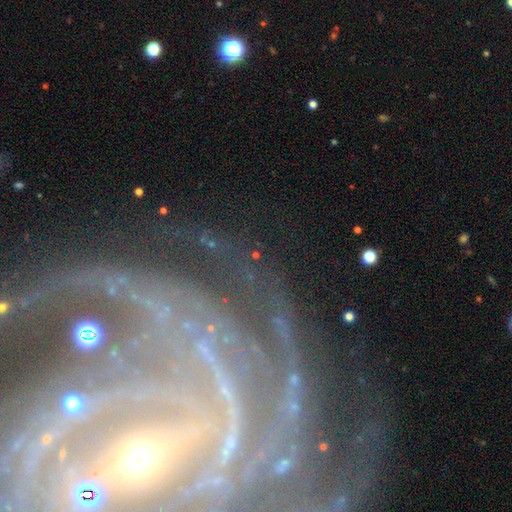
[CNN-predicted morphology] A featured or disk galaxy (64%) with no bar (38%), 2 (29%) tight (59%) spiral arms (87%) and a small central bulge (56%).

Vote fractions:
- Smooth or featured? featured or disk: 64% / star or artifact: 21% / smooth: 14%
- Edge-on disk? no: 92% / yes: 8%
- Bar? no: 38% / weak: 32% / strong: 30%
- Spiral arms? yes: 87% / no: 13%
- Spiral winding? tight: 59% / medium: 30% / loose: 11%
- Spiral arm count? 2: 29% / can't tell: 24% / 3: 15% / 4: 11% / 1: 11% / more than 4: 10%
- Bulge size? small: 56% / moderate: 28% / none: 8% / large: 5% / dominant: 3%
- Merging? none: 70% / minor disturbance: 15% / major disturbance: 11% / merger: 4%